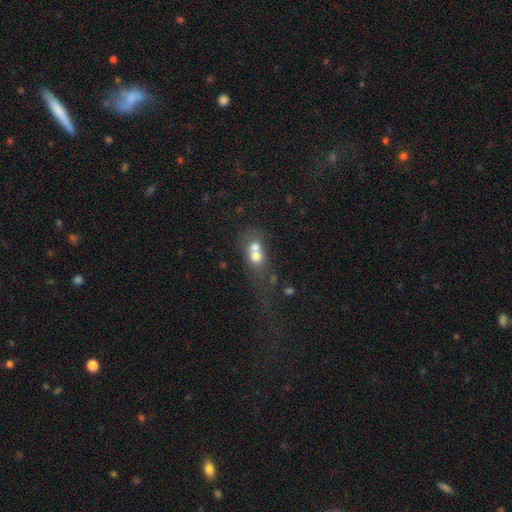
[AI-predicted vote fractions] smooth 60%, featured or disk 27%, star or artifact 13%. Down the decision tree: how rounded — round (55%); merging — merger (69%).